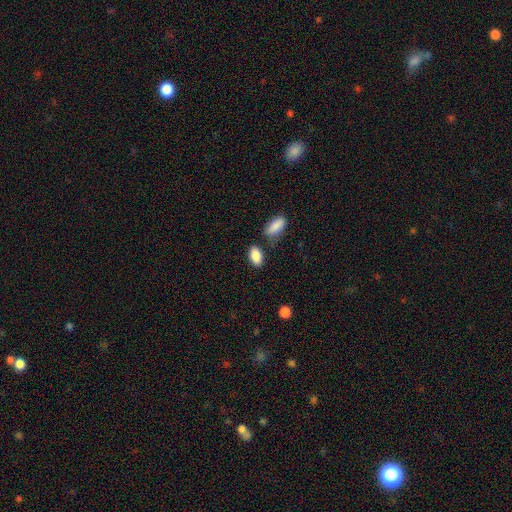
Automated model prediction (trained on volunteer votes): smooth-or-featured: smooth: 88% | star or artifact: 7% | featured or disk: 5%
  how-rounded: in between: 92% | round: 5% | cigar-shaped: 4%
  merging: none: 74% | minor disturbance: 13% | merger: 9% | major disturbance: 3%